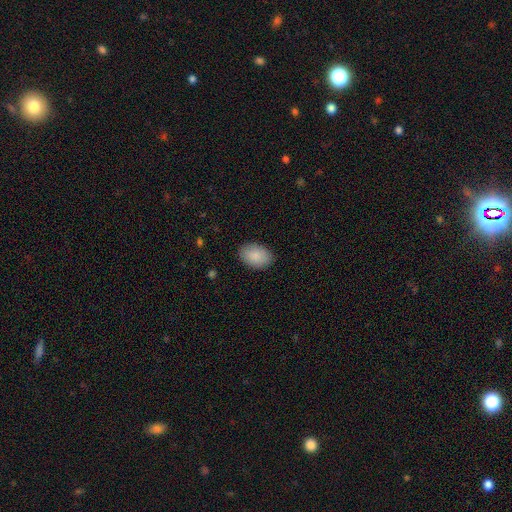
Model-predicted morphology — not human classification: Smooth or featured?
  - smooth: 89% *
  - star or artifact: 6%
  - featured or disk: 4%
How rounded?
  - in between: 88% *
  - round: 11%
  - cigar-shaped: 1%
Merging?
  - none: 88% *
  - minor disturbance: 9%
  - major disturbance: 2%
  - merger: 1%